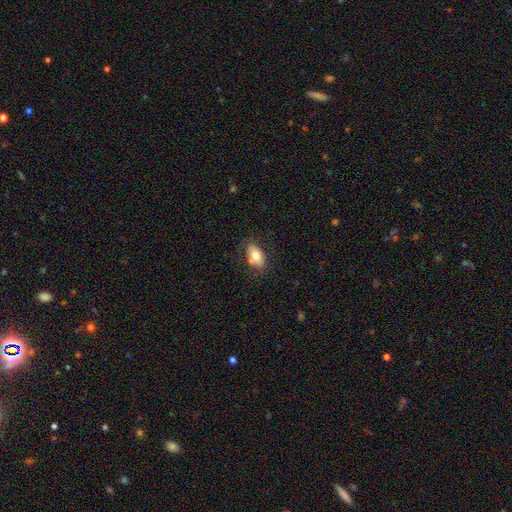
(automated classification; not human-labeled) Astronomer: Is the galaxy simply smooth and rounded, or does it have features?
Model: smooth — 74%.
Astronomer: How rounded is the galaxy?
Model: in between — 90%.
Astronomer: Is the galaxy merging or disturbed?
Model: none — 78%.